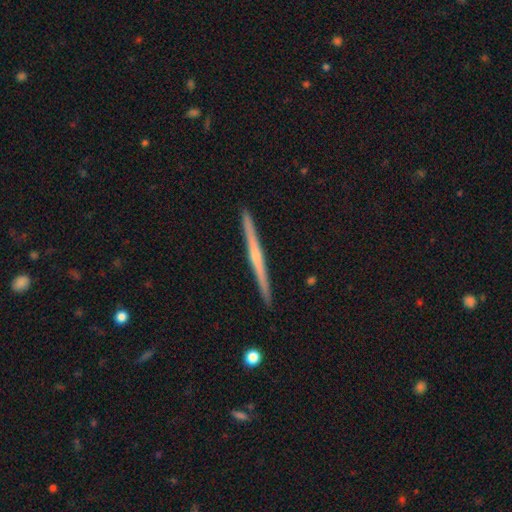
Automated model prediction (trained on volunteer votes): A featured or disk galaxy (78%) viewed edge-on (98%) with a rounded central bulge (62%).

Vote fractions:
- Smooth or featured? featured or disk: 78% / smooth: 17% / star or artifact: 5%
- Edge-on disk? yes: 98% / no: 2%
- Edge-on bulge? rounded: 62% / none: 30% / boxy: 7%
- Merging? none: 92% / minor disturbance: 5% / major disturbance: 1% / merger: 1%